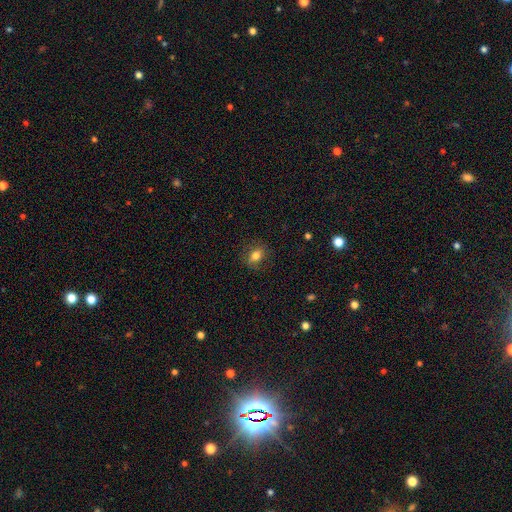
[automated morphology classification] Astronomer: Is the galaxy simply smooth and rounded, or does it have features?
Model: smooth — 76%.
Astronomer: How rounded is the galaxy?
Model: in between — 60% (runner-up: round, 37%).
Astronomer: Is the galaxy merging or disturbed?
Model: none — 84%.